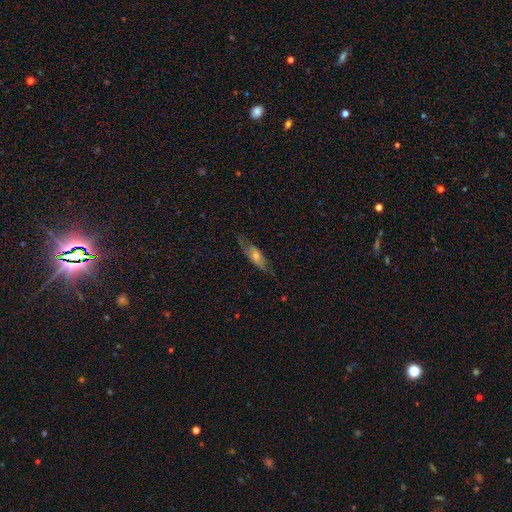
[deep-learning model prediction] Q: Smooth or featured?
A: featured or disk (54%); runner-up: smooth (37%)
Q: Edge-on disk?
A: no (51%); runner-up: yes (49%)
Q: Merging?
A: none (71%); runner-up: minor disturbance (21%)